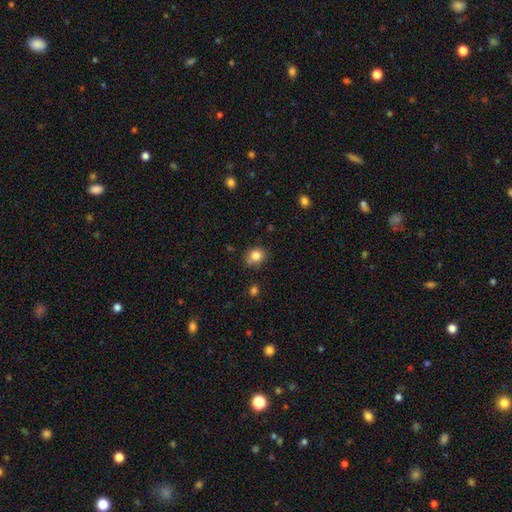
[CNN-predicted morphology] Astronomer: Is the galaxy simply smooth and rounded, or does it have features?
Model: smooth — 83%.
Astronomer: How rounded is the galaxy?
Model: round — 73%.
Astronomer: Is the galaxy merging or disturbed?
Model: none — 74%.